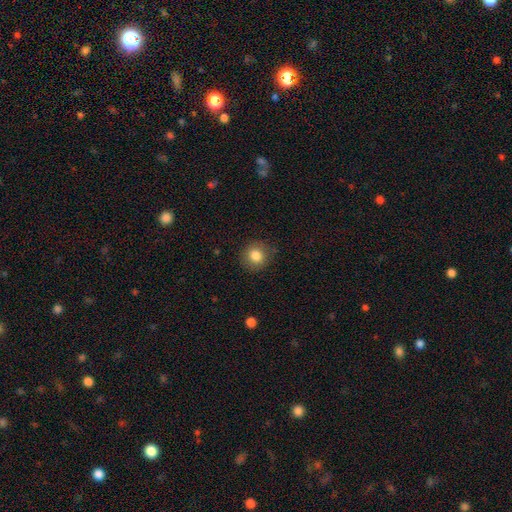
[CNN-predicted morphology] This appears to be a smooth galaxy with no disk features (83%) that is round (88%). Merging: none (87%).